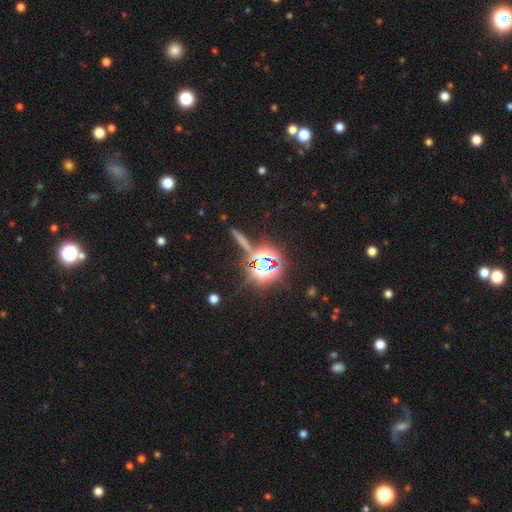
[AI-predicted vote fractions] This is likely a star or artifact rather than a galaxy (79%).